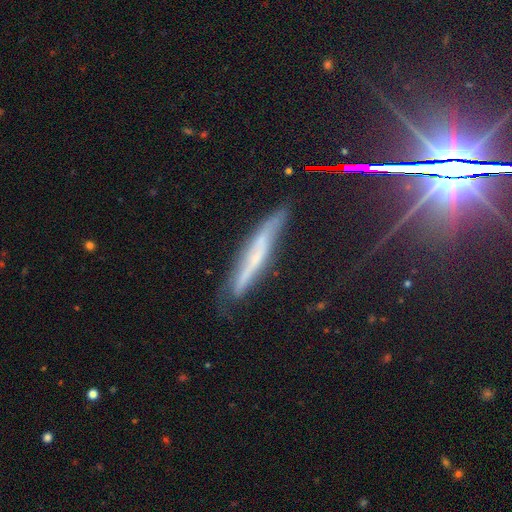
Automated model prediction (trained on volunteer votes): Smooth or featured: featured or disk — 58% (smooth — 29%)
Edge-on disk: yes — 82% (no — 18%)
Merging: none — 69% (minor disturbance — 23%)